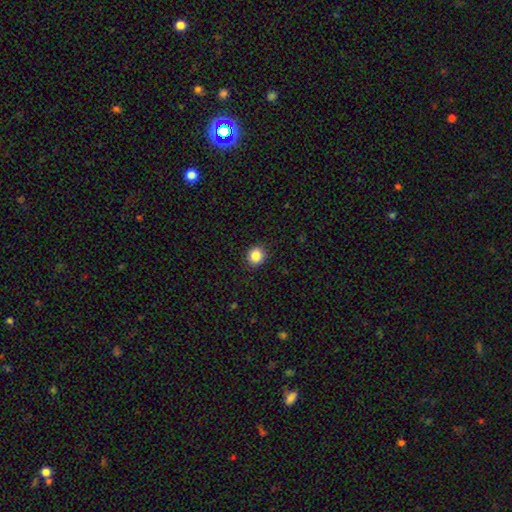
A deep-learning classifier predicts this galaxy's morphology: Smooth or featured: smooth — 86% (star or artifact — 10%)
How rounded: round — 82% (in between — 17%)
Merging: none — 90% (minor disturbance — 7%)